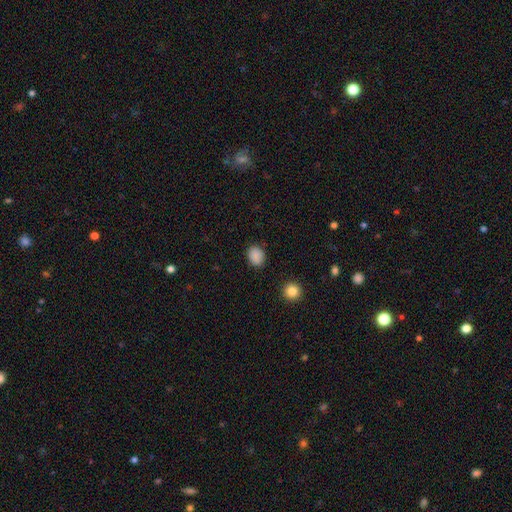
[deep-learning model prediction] smooth-or-featured: smooth: 87% | star or artifact: 10% | featured or disk: 3%
  how-rounded: in between: 53% | round: 46% | cigar-shaped: 1%
  merging: none: 86% | minor disturbance: 10% | major disturbance: 3% | merger: 1%